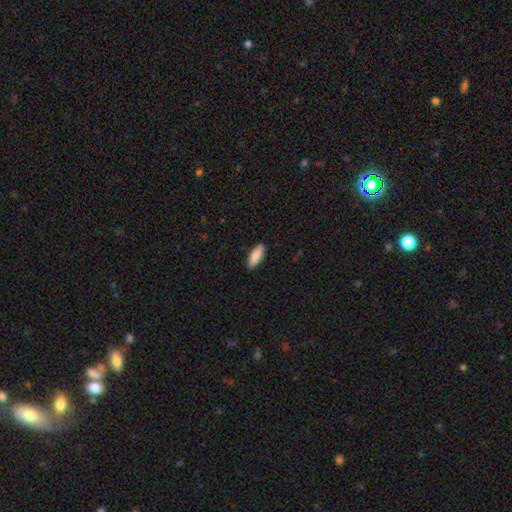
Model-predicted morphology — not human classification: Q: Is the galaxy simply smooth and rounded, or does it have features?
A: smooth — 88%.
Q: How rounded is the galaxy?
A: in between — 73%.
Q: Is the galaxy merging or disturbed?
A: none — 89%.